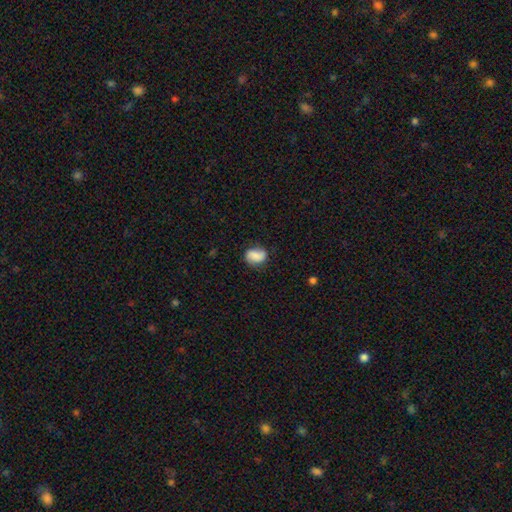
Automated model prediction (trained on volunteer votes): Morphology: type=smooth (69%); roundness=in between (67%); merging=none (68%).